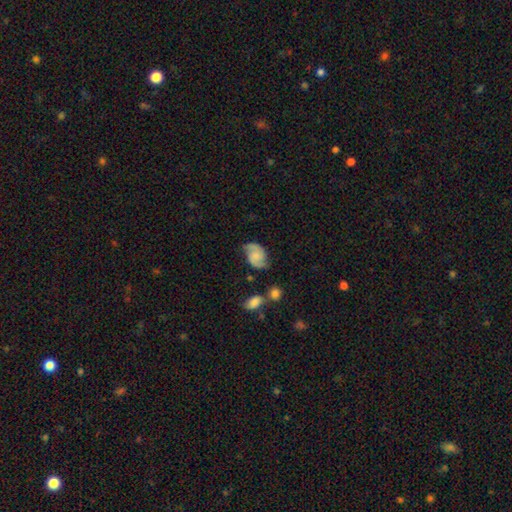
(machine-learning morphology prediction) Overall: featured or disk (77%). Edge-on disk: no (98%). Bar: no (61%; weak 33%). Spiral arms: yes (96%). Spiral arm count: 2 (91%). Spiral winding: medium (51%; loose 26%). Bulge size: small (38%; none 36%). Merging: none (71%).